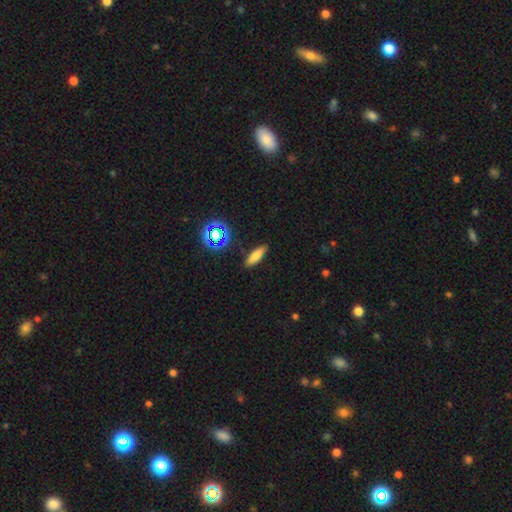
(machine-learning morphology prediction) A smooth galaxy with no disk features (74%) that is cigar-shaped (56%).

Vote fractions:
- Smooth or featured? smooth: 74% / star or artifact: 14% / featured or disk: 13%
- How rounded? cigar-shaped: 56% / in between: 40% / round: 4%
- Merging? none: 87% / minor disturbance: 9% / major disturbance: 2% / merger: 2%